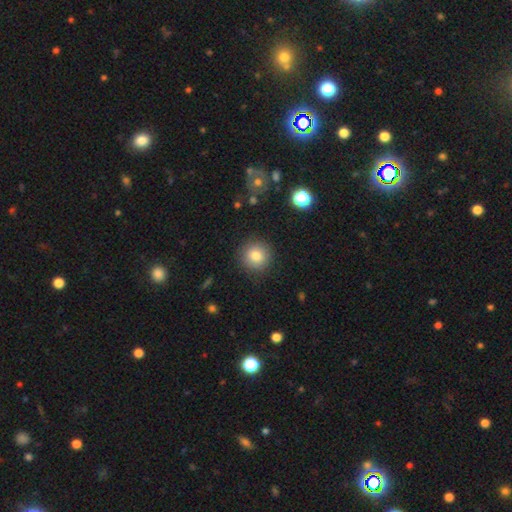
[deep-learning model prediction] This appears to be a smooth galaxy with no disk features (80%) that is round (94%). Merging: none (89%).